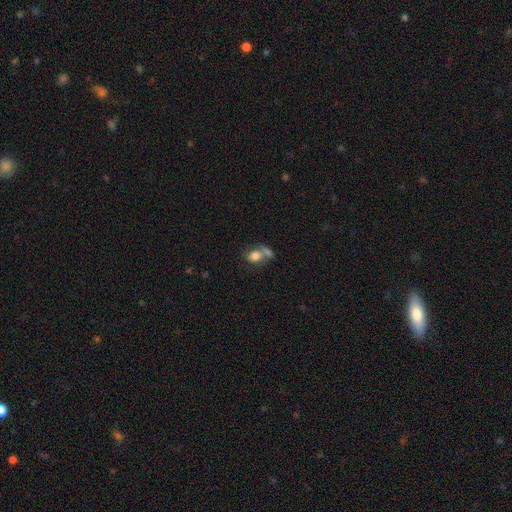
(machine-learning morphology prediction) smooth 76%, featured or disk 14%, star or artifact 10%. Down the decision tree: how rounded — in between (55%); merging — merger (48%).